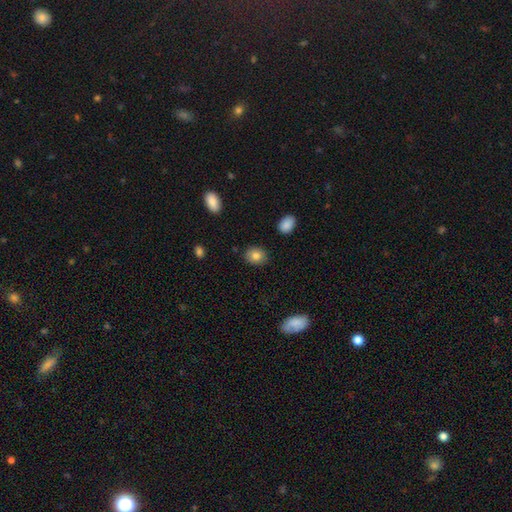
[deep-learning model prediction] Smooth or featured: smooth — 83% (star or artifact — 9%)
How rounded: round — 55% (in between — 44%)
Merging: none — 87% (minor disturbance — 9%)